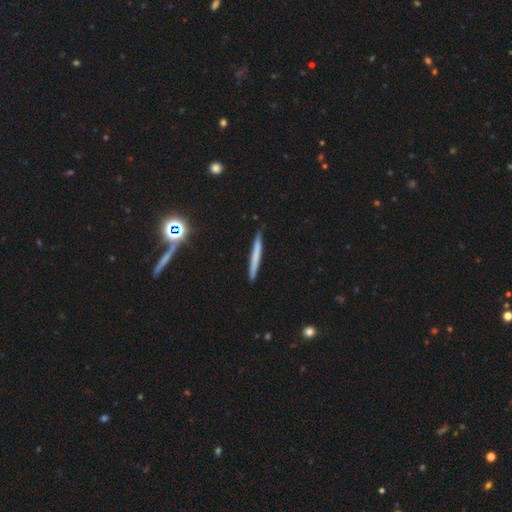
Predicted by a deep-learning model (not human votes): smooth 62%, featured or disk 30%, star or artifact 8%. Down the decision tree: how rounded — cigar-shaped (96%); merging — none (88%).